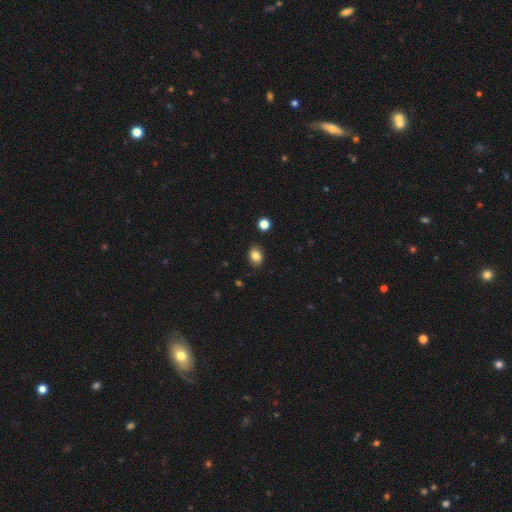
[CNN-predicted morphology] This appears to be a smooth galaxy with no disk features (83%) that is in between round and cigar-shaped (65%). Merging: none (87%).